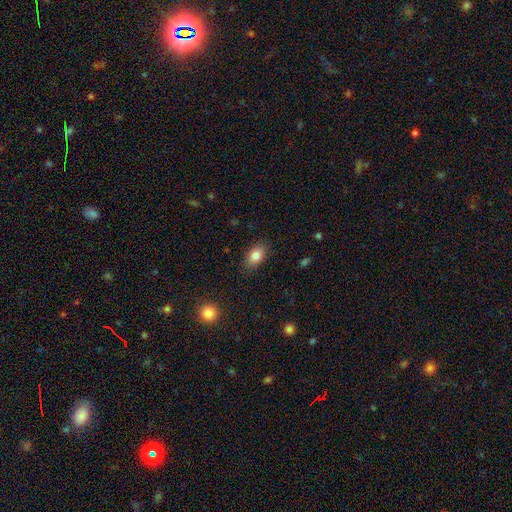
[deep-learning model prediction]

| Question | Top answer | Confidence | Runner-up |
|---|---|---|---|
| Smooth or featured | smooth | 83% | star or artifact (8%) |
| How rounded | in between | 84% | round (14%) |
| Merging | none | 84% | minor disturbance (12%) |